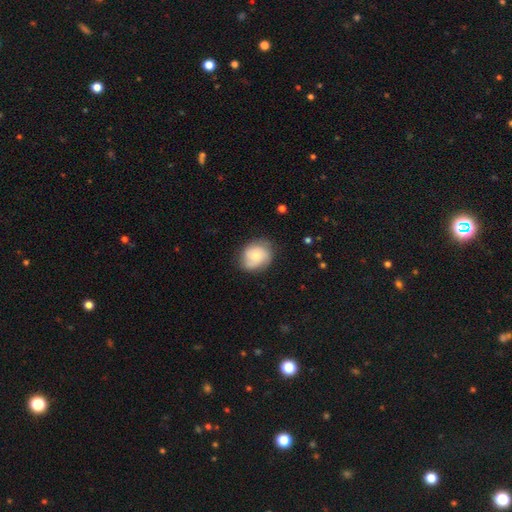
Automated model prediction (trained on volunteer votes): A smooth galaxy with no disk features (60%) that is round (54%). Merging: none (70%).